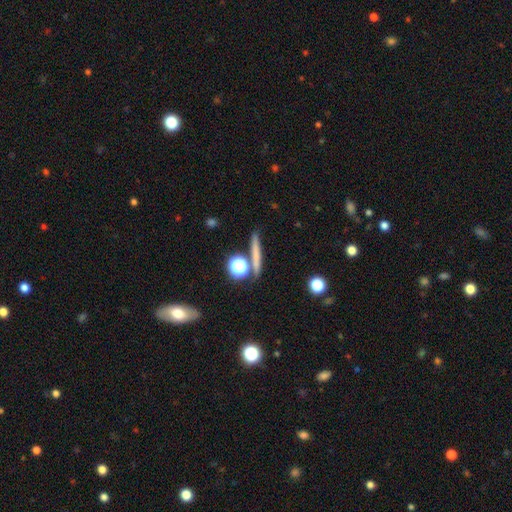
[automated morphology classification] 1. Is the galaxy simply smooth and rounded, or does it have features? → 58% smooth, 29% featured or disk, 13% star or artifact.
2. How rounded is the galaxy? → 75% cigar-shaped, 17% round, 8% in between.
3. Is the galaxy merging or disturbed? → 79% none, 10% merger, 8% minor disturbance, 3% major disturbance.